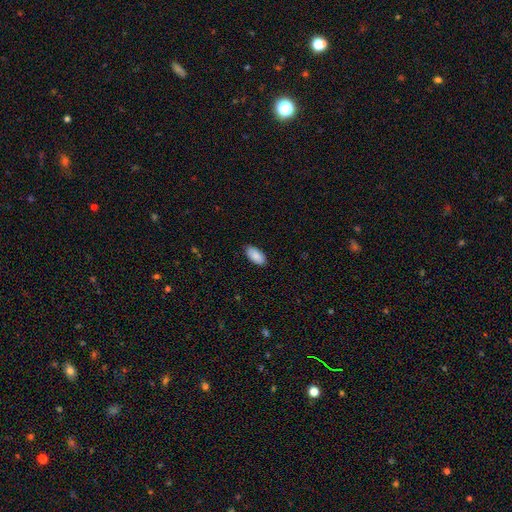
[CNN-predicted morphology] Q: Smooth or featured?
A: smooth (90%); runner-up: star or artifact (6%)
Q: How rounded?
A: in between (94%); runner-up: cigar-shaped (4%)
Q: Merging?
A: none (88%); runner-up: minor disturbance (9%)